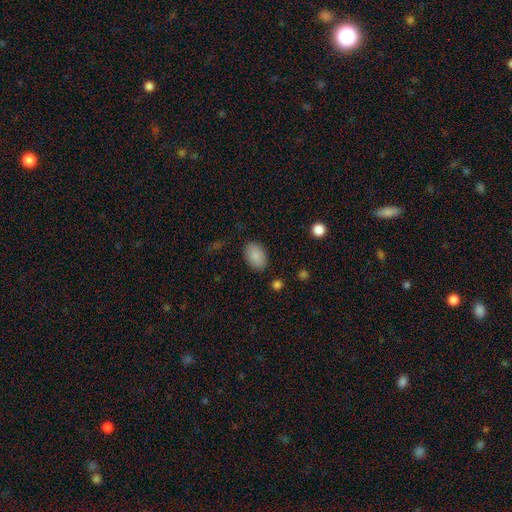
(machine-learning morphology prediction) Smooth or featured? smooth (89%)
How rounded? in between (89%)
Merging? none (86%)